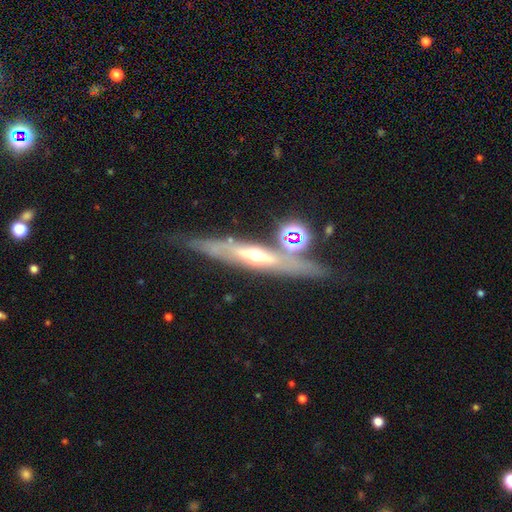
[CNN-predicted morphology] Smooth or featured? Predicted: featured or disk (p=0.71). Edge-on disk? Predicted: yes (p=0.79). Edge-on bulge? Predicted: rounded (p=0.78). Merging? Predicted: none (p=0.68).